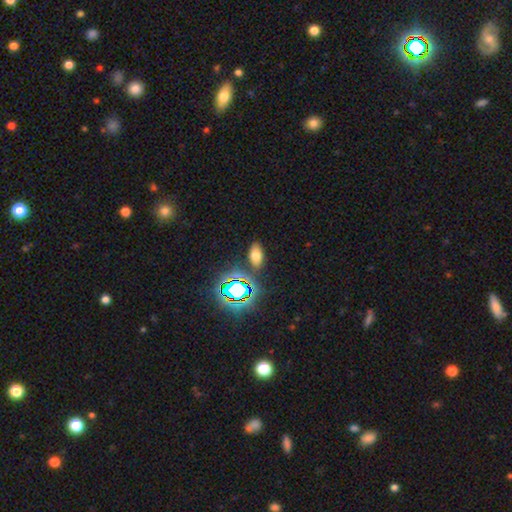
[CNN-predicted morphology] Smooth or featured: smooth — 64% (star or artifact — 26%)
How rounded: in between — 88% (round — 7%)
Merging: none — 82% (minor disturbance — 11%)